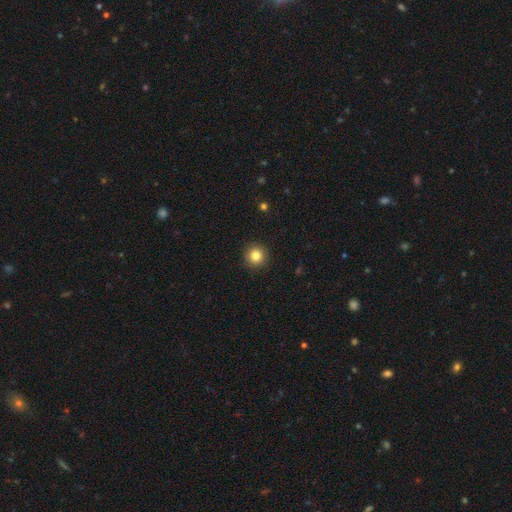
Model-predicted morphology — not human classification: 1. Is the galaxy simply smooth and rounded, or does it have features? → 83% smooth, 11% star or artifact, 6% featured or disk.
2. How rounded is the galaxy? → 95% round, 4% in between, 1% cigar-shaped.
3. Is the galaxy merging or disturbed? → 92% none, 5% minor disturbance, 2% major disturbance, 1% merger.